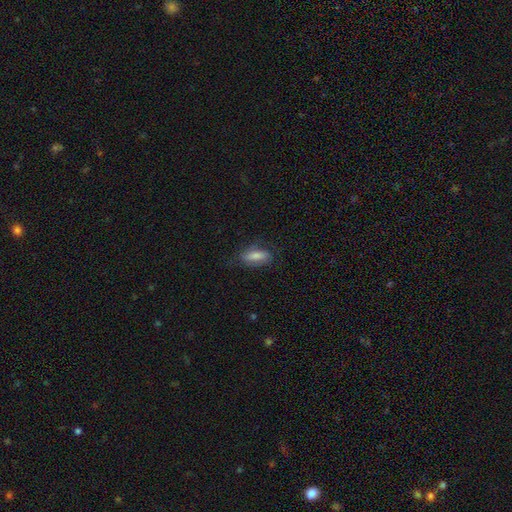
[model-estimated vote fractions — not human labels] smooth 67%, featured or disk 24%, star or artifact 9%. Down the decision tree: how rounded — in between (70%); merging — none (73%).